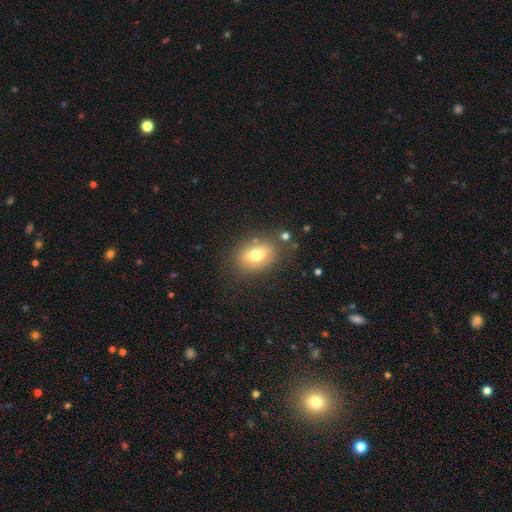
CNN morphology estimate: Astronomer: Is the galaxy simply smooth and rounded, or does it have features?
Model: smooth — 70%.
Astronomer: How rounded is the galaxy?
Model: in between — 78%.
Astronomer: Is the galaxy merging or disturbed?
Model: none — 78%.